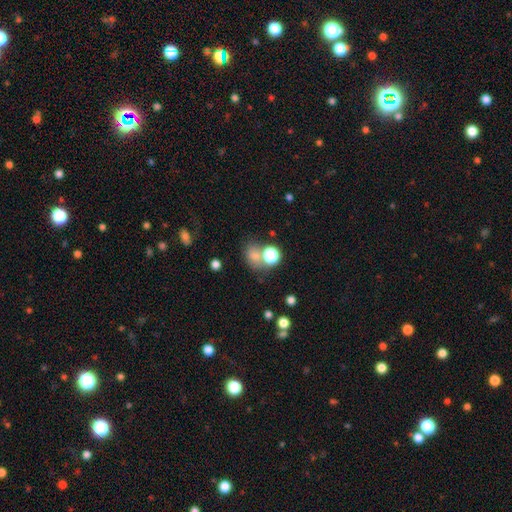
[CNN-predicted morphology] smooth-or-featured: smooth: 69% | star or artifact: 22% | featured or disk: 10%
  how-rounded: round: 59% | in between: 39% | cigar-shaped: 1%
  merging: none: 51% | merger: 28% | minor disturbance: 13% | major disturbance: 8%